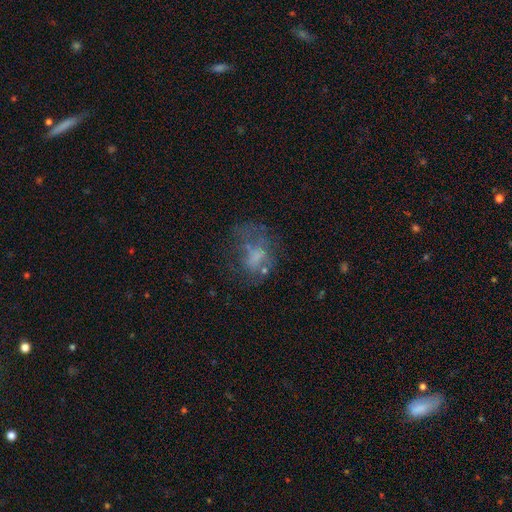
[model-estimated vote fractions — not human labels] Smooth or featured: featured or disk — 43% (smooth — 40%)
Merging: none — 38% (major disturbance — 35%)